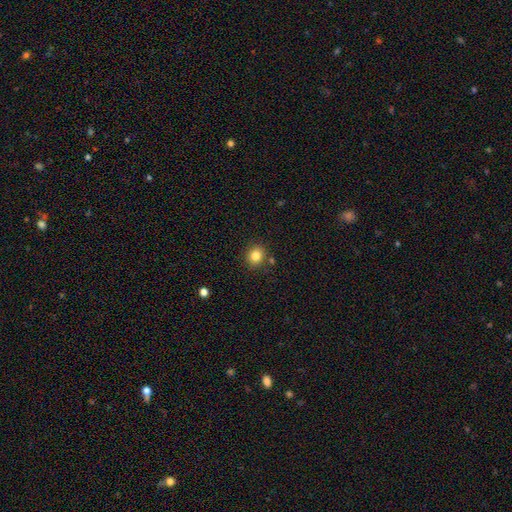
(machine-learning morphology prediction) type=smooth (83%); roundness=round (83%); merging=none (84%).